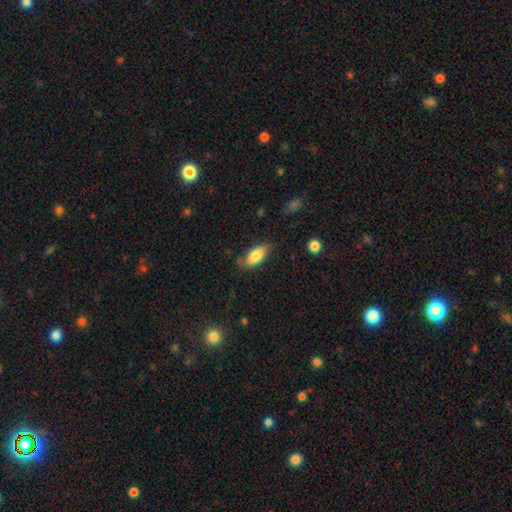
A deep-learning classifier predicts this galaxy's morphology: type=smooth (82%); roundness=in between (83%); merging=none (75%).